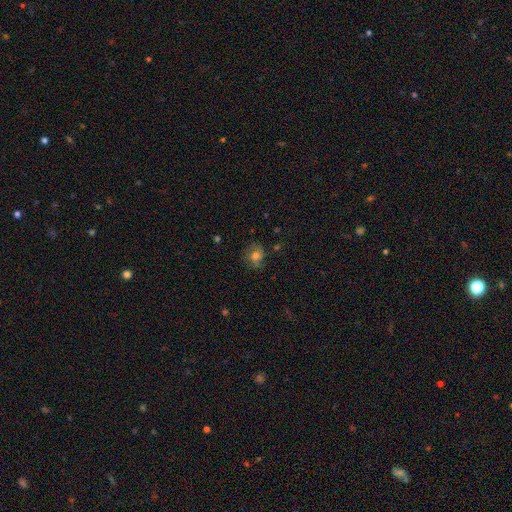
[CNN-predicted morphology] smooth 60%, featured or disk 26%, star or artifact 14%. Down the decision tree: how rounded — round (69%); merging — none (66%).